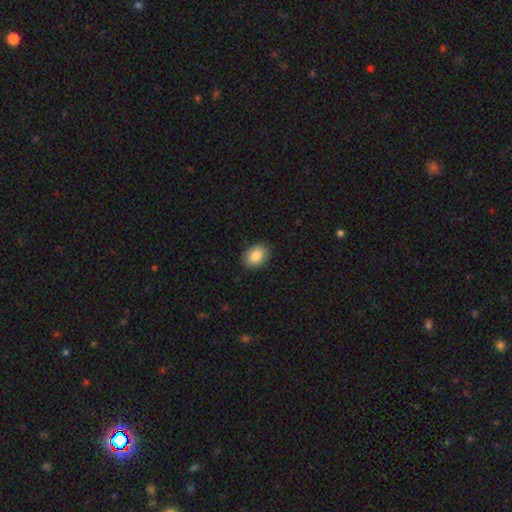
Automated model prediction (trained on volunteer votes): Overall: smooth (86%). How rounded: in between (79%). Merging: none (89%).